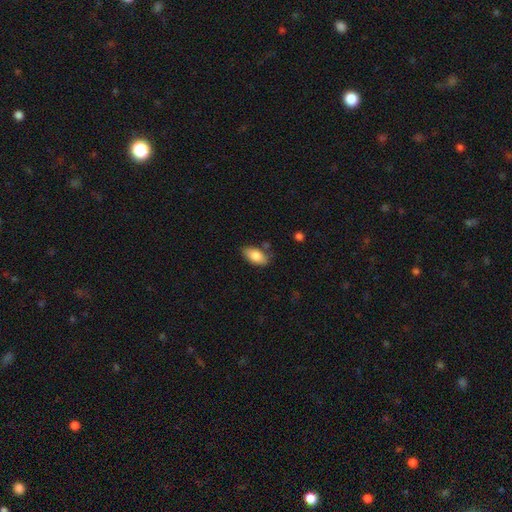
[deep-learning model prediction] Morphology: type=smooth (84%); roundness=in between (92%); merging=none (76%).